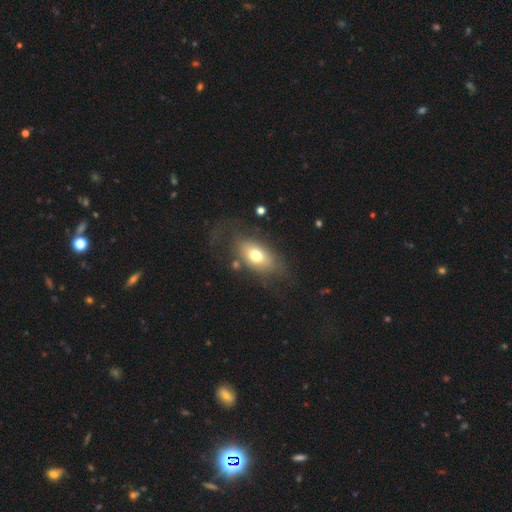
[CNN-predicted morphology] smooth 66%, featured or disk 26%, star or artifact 8%. Down the decision tree: how rounded — in between (87%); merging — none (62%).